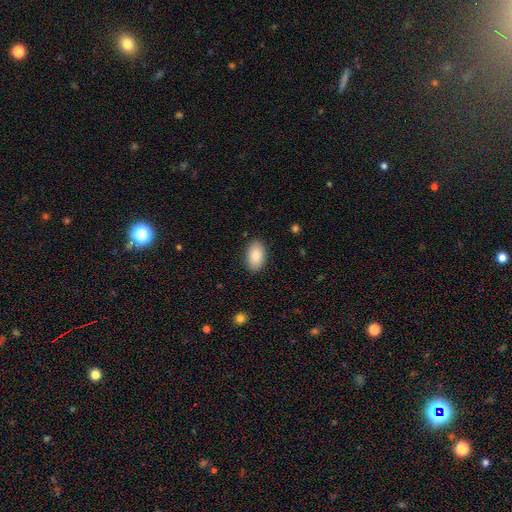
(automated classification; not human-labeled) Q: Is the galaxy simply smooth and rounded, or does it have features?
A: smooth — 88%.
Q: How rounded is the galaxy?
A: in between — 94%.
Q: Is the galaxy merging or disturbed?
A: none — 88%.